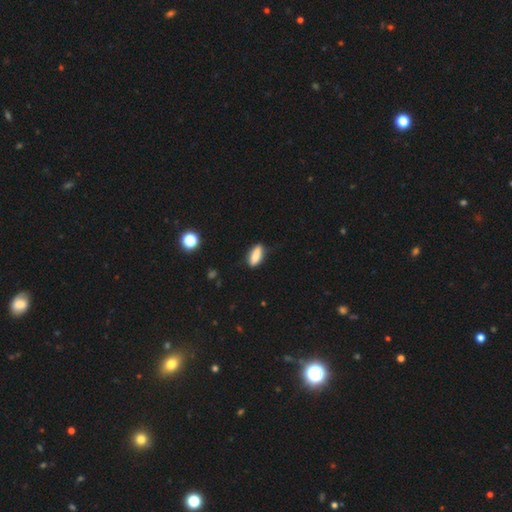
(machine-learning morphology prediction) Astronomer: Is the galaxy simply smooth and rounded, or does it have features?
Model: smooth — 83%.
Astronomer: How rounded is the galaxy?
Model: in between — 67%.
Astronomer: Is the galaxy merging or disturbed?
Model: none — 80%.